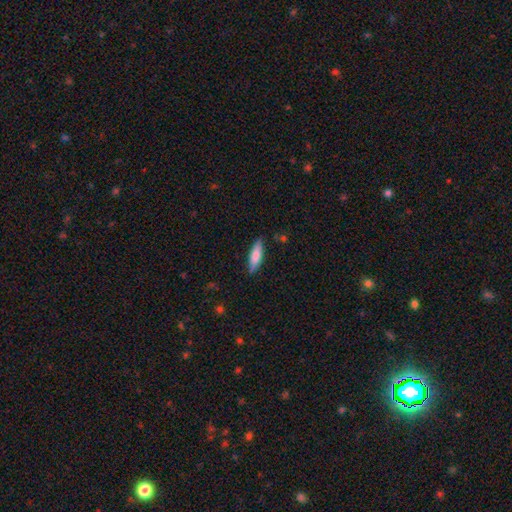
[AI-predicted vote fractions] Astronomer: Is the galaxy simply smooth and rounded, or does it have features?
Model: smooth — 75%.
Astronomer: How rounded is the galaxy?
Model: cigar-shaped — 62%.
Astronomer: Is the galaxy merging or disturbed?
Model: none — 85%.